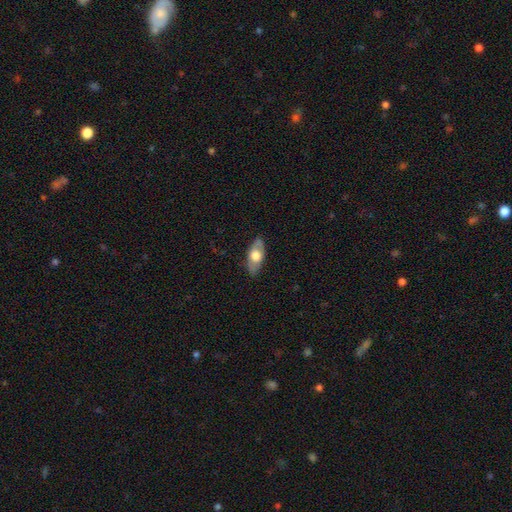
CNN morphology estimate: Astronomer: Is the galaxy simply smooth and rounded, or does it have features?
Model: smooth — 56% (runner-up: featured or disk, 39%).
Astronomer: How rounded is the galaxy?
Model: in between — 84%.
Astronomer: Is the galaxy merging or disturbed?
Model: none — 82%.